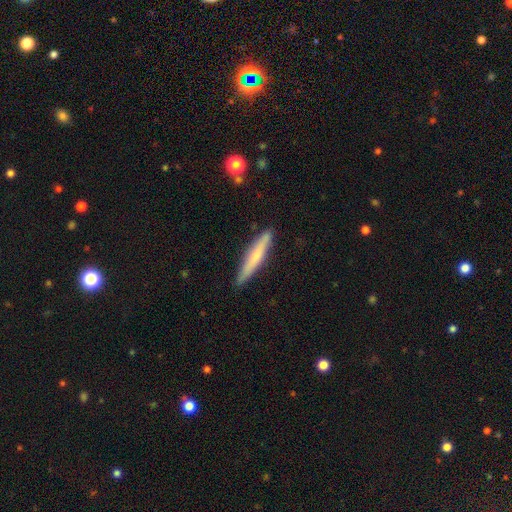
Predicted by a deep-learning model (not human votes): Smooth or featured?
  - smooth: 59% *
  - featured or disk: 35%
  - star or artifact: 6%
How rounded?
  - cigar-shaped: 93% *
  - in between: 6%
  - round: 1%
Merging?
  - none: 86% *
  - minor disturbance: 10%
  - major disturbance: 2%
  - merger: 1%